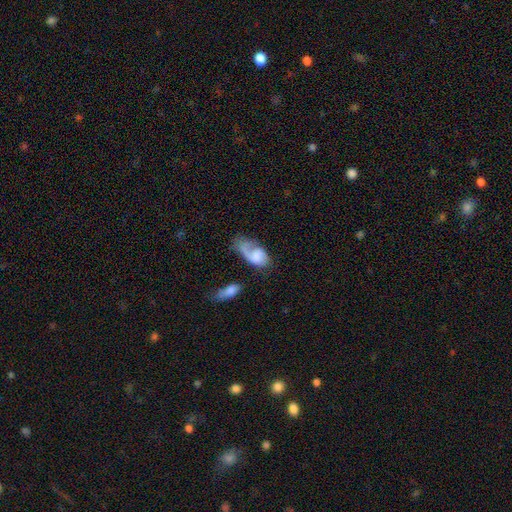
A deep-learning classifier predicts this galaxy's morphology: smooth_or_featured: featured or disk (p=0.51) [alt: smooth p=0.42]
disk_edge_on: no (p=0.96) [alt: yes p=0.04]
merging: major disturbance (p=0.35) [alt: none p=0.32]